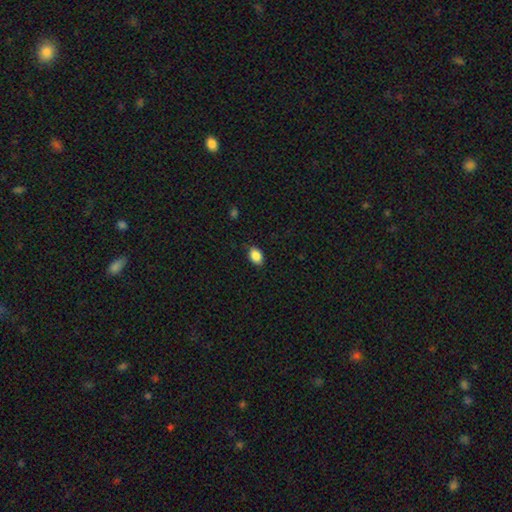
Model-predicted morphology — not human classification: type=smooth (88%); roundness=in between (79%); merging=none (81%).